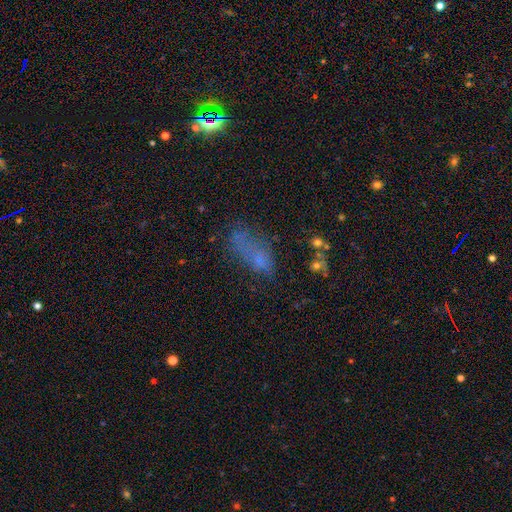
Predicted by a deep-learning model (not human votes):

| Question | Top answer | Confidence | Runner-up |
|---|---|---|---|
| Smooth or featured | smooth | 50% | star or artifact (27%) |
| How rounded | in between | 74% | cigar-shaped (19%) |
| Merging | none | 39% | major disturbance (28%) |